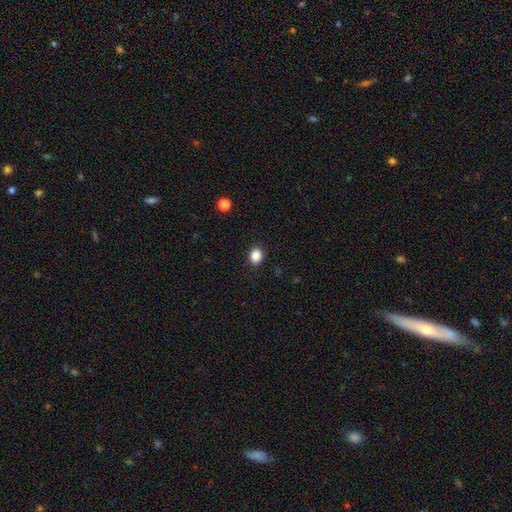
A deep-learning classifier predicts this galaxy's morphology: This is clearly a smooth galaxy (87%). How rounded: possibly round (56%). Merging: clearly none (90%).